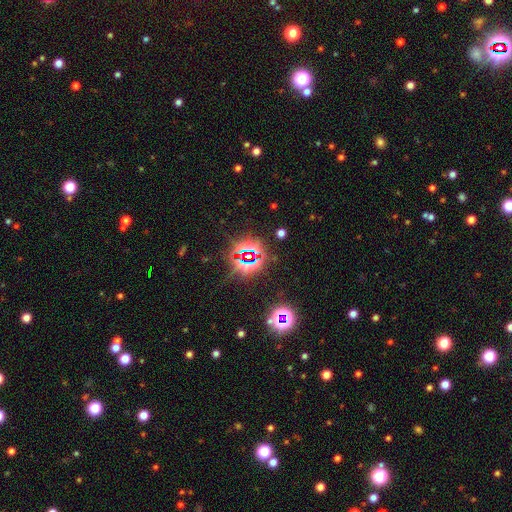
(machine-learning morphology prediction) Q: Smooth or featured?
A: star or artifact (81%); runner-up: smooth (11%)